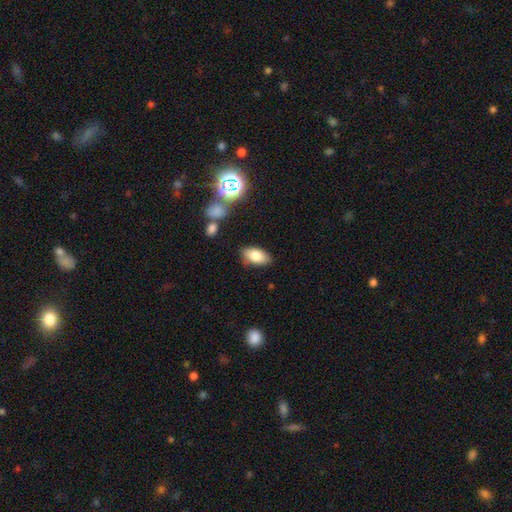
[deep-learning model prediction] The model was most divided on "merging": none: 80%, minor disturbance: 14%, major disturbance: 3%, merger: 3%. More confident: how rounded — in between (92%); smooth or featured — smooth (80%).